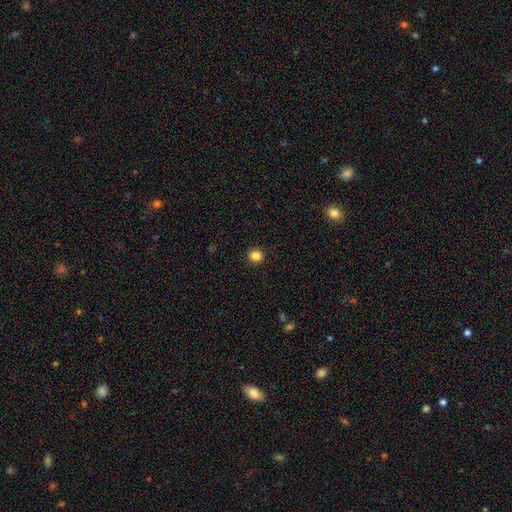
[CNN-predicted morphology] Smooth or featured? smooth (85%)
How rounded? round (87%)
Merging? none (92%)